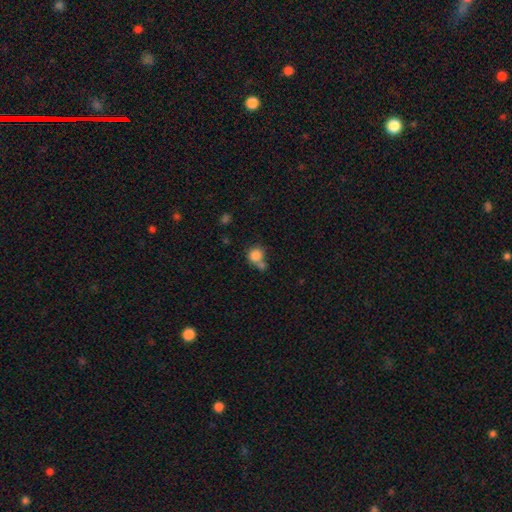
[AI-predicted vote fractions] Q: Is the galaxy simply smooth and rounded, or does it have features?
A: smooth — 83%.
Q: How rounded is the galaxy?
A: round — 82%.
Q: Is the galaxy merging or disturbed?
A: none — 44%.